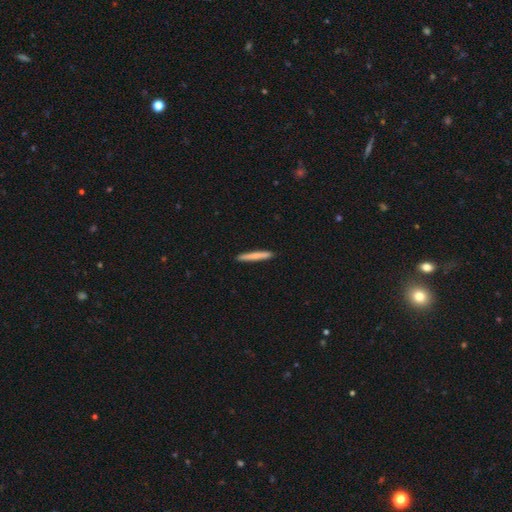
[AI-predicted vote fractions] Smooth or featured? Predicted: smooth (p=0.75). How rounded? Predicted: cigar-shaped (p=0.96). Merging? Predicted: none (p=0.92).